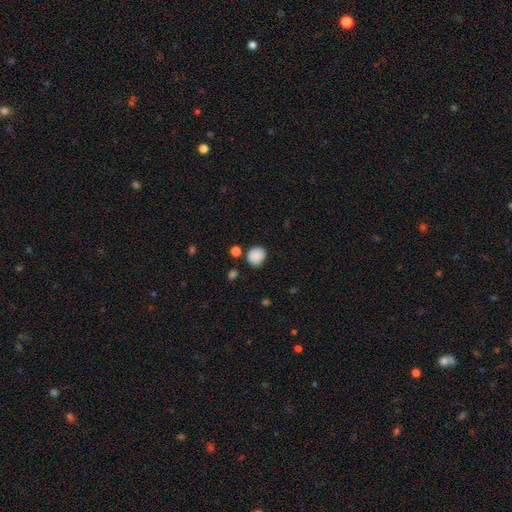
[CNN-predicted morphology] Overall: smooth (87%). How rounded: round (75%). Merging: none (76%).